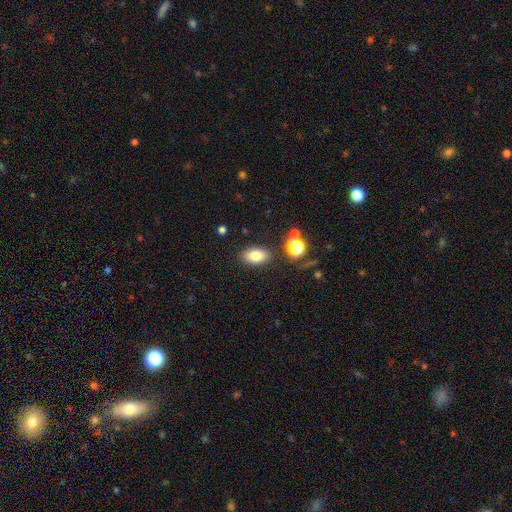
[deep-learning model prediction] This appears to be a smooth galaxy with no disk features (80%) that is in between round and cigar-shaped (89%). Merging: none (84%).